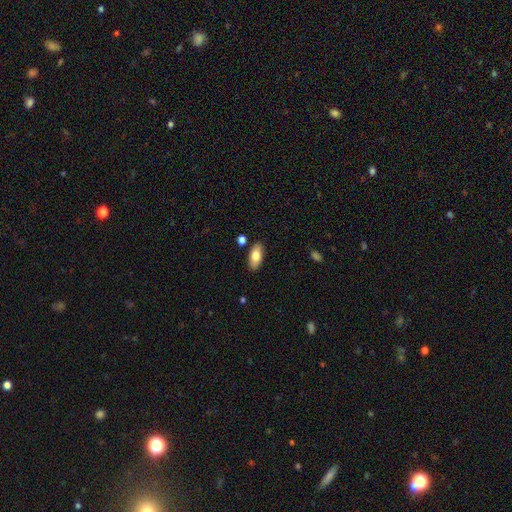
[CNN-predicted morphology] Smooth or featured? smooth (79%)
How rounded? in between (91%)
Merging? none (86%)